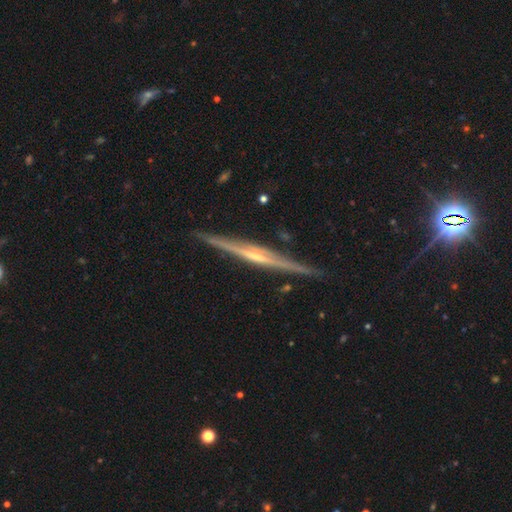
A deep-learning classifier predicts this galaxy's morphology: This is clearly a featured or disk galaxy (84%). It is clearly viewed edge-on (98%). Edge-on bulge: possibly rounded (59%). Merging: clearly none (89%).